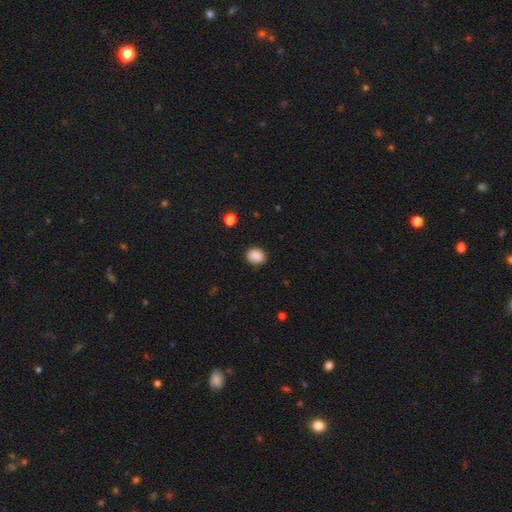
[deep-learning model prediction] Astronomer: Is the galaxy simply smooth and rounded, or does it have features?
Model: smooth — 88%.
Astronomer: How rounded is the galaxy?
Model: round — 57% (runner-up: in between, 42%).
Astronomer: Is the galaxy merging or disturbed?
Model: none — 86%.